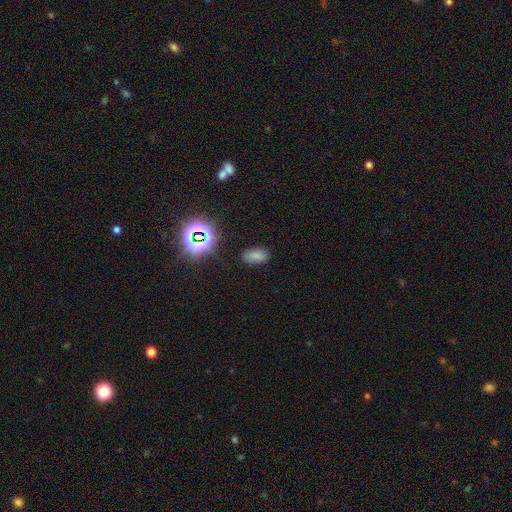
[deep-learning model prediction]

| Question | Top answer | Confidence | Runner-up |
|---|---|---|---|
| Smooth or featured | smooth | 72% | star or artifact (21%) |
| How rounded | in between | 91% | round (6%) |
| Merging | none | 83% | minor disturbance (12%) |